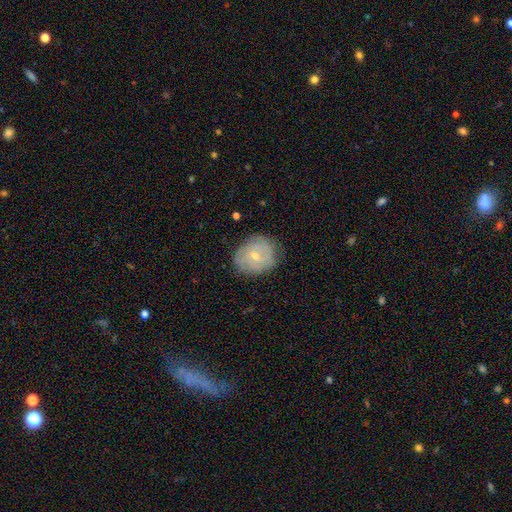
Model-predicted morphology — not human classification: Q: Smooth or featured?
A: featured or disk (54%); runner-up: smooth (39%)
Q: Edge-on disk?
A: no (96%); runner-up: yes (4%)
Q: Bar?
A: no (63%); runner-up: weak (31%)
Q: Spiral arms?
A: yes (66%); runner-up: no (34%)
Q: Bulge size?
A: small (61%); runner-up: moderate (36%)
Q: Merging?
A: none (74%); runner-up: minor disturbance (19%)